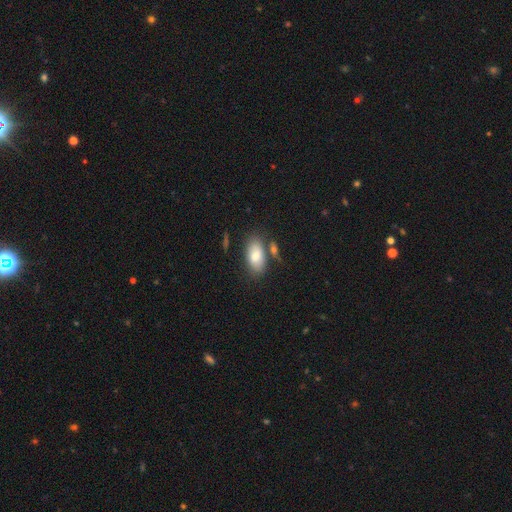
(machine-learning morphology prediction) smooth_or_featured: smooth (p=0.82) [alt: featured or disk p=0.12]
how_rounded: in between (p=0.92) [alt: cigar-shaped p=0.05]
merging: none (p=0.69) [alt: minor disturbance p=0.15]